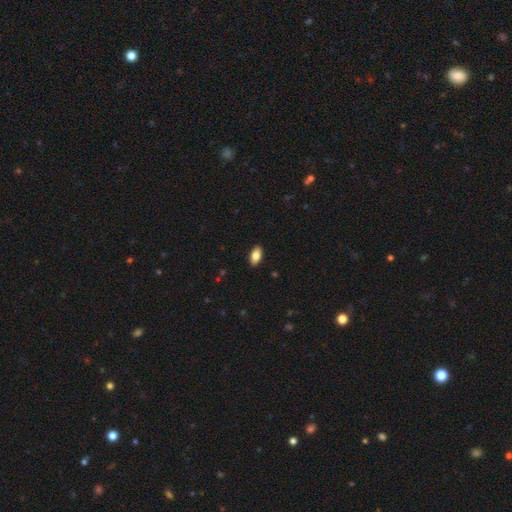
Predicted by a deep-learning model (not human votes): smooth-or-featured: smooth: 82% | featured or disk: 11% | star or artifact: 7%
  how-rounded: in between: 93% | cigar-shaped: 4% | round: 3%
  merging: none: 90% | minor disturbance: 8% | major disturbance: 2% | merger: 1%